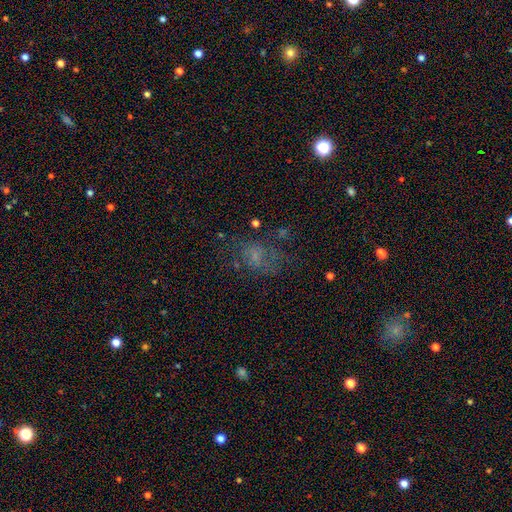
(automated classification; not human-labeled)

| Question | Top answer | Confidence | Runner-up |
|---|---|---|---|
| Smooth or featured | smooth | 44% | featured or disk (32%) |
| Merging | none | 49% | major disturbance (26%) |